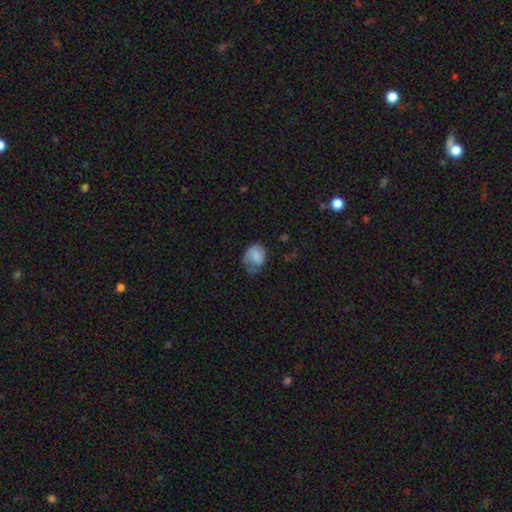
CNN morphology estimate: Overall: smooth (75%). How rounded: in between (64%; round 35%). Merging: none (38%; minor disturbance 36%).